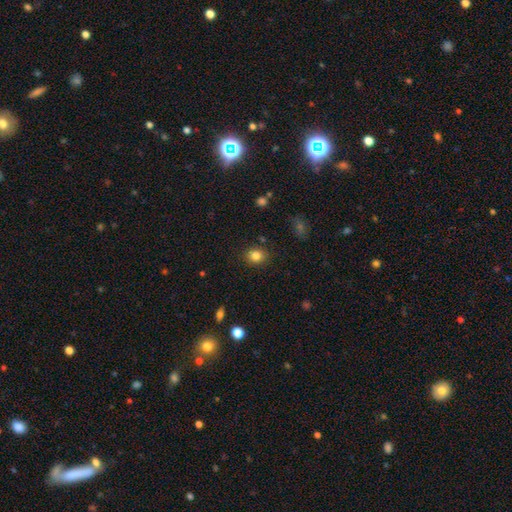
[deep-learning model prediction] Smooth or featured: smooth — 83% (star or artifact — 11%)
How rounded: round — 68% (in between — 31%)
Merging: none — 87% (minor disturbance — 9%)